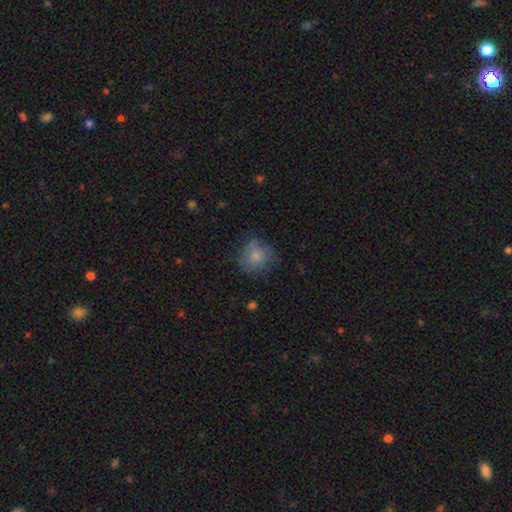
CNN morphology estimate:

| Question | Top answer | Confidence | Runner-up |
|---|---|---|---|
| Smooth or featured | smooth | 72% | featured or disk (18%) |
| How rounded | round | 74% | in between (25%) |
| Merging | none | 59% | minor disturbance (27%) |